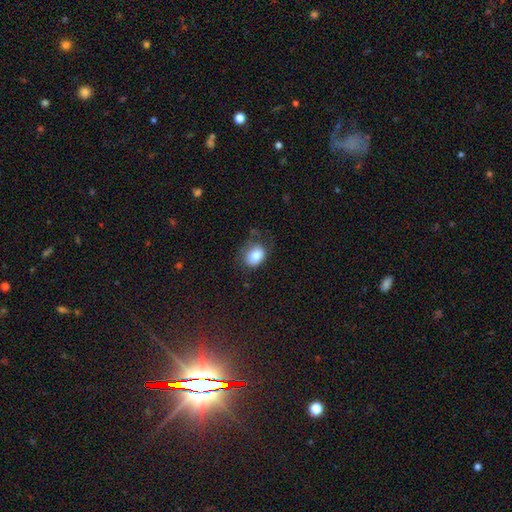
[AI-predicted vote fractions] A smooth galaxy with no disk features (83%) that is in between round and cigar-shaped (68%).

Vote fractions:
- Smooth or featured? smooth: 83% / star or artifact: 9% / featured or disk: 8%
- How rounded? in between: 68% / round: 31% / cigar-shaped: 1%
- Merging? none: 61% / minor disturbance: 25% / major disturbance: 11% / merger: 2%